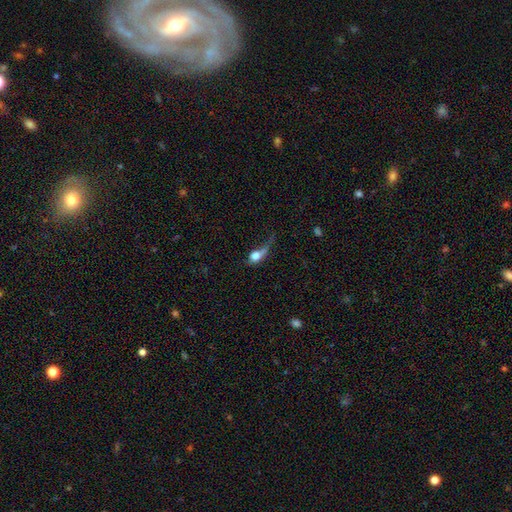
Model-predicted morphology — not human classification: Smooth or featured: smooth — 65% (featured or disk — 24%)
How rounded: in between — 60% (round — 30%)
Merging: major disturbance — 45% (none — 23%)